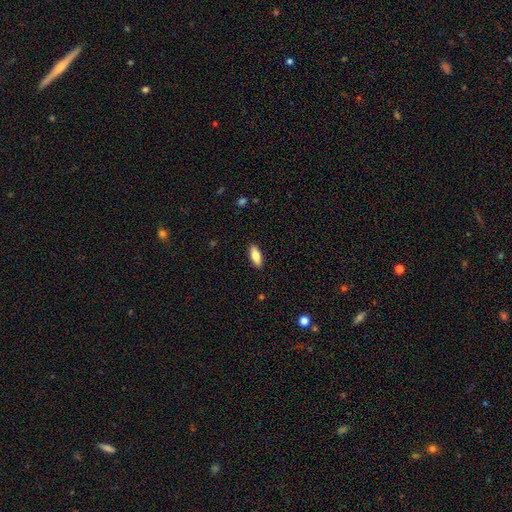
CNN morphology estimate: Smooth or featured? Predicted: smooth (p=0.76). How rounded? Predicted: in between (p=0.77). Merging? Predicted: none (p=0.90).